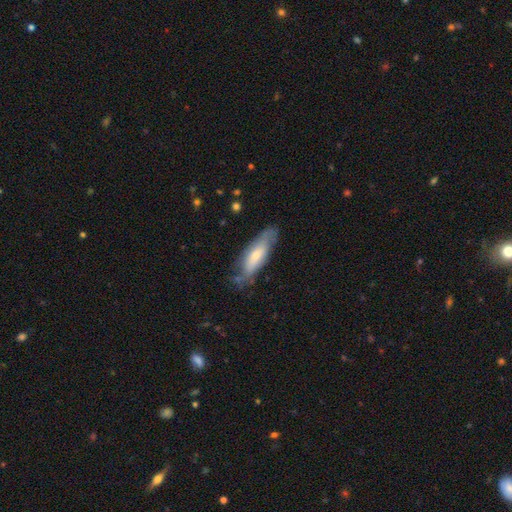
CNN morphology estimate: Q: Smooth or featured?
A: smooth (57%); runner-up: featured or disk (37%)
Q: How rounded?
A: in between (52%); runner-up: cigar-shaped (46%)
Q: Merging?
A: none (68%); runner-up: minor disturbance (23%)